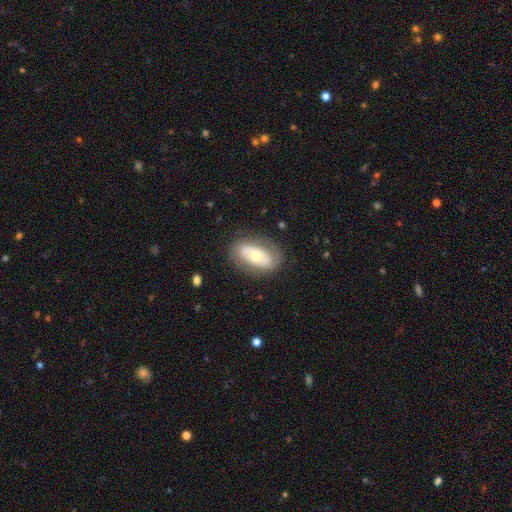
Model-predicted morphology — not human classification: Smooth or featured? featured or disk (48%)
Merging? none (78%)